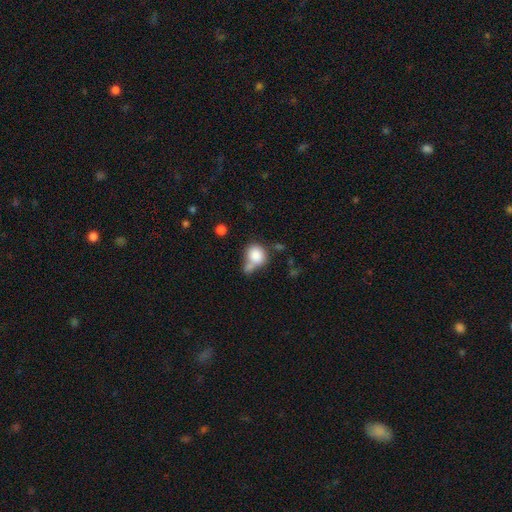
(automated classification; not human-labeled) Smooth or featured? smooth (82%)
How rounded? round (69%)
Merging? none (38%)